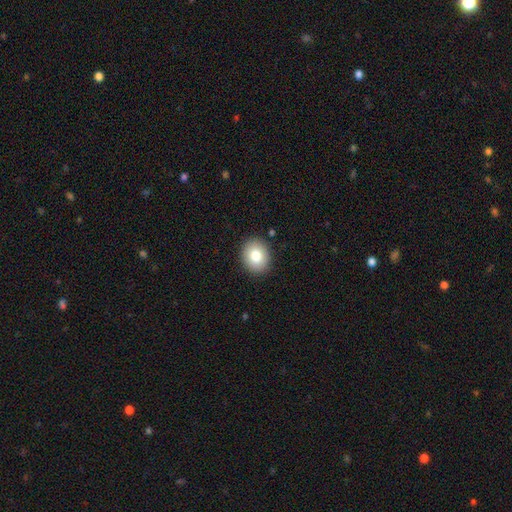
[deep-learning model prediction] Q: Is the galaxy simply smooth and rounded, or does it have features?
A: smooth — 81%.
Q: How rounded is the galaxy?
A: round — 62%.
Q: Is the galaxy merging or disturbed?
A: none — 90%.